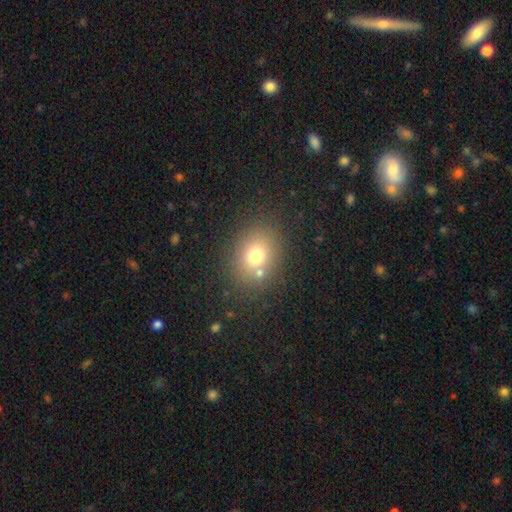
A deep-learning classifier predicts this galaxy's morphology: A smooth galaxy with no disk features (72%) that is round (57%). Merging: none (74%).